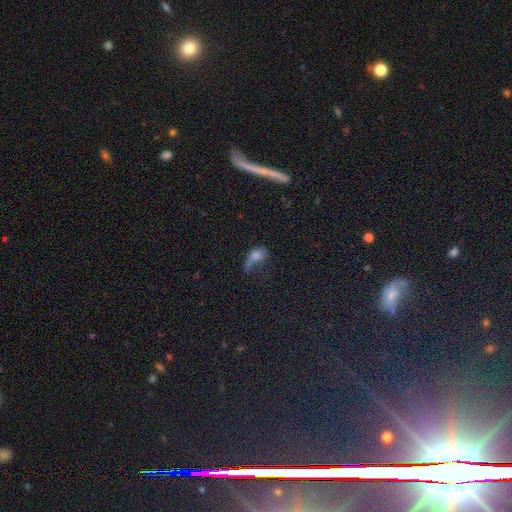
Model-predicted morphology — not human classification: smooth_or_featured: smooth (p=0.56) [alt: featured or disk p=0.27]
how_rounded: in between (p=0.65) [alt: round p=0.23]
merging: major disturbance (p=0.46) [alt: none p=0.25]